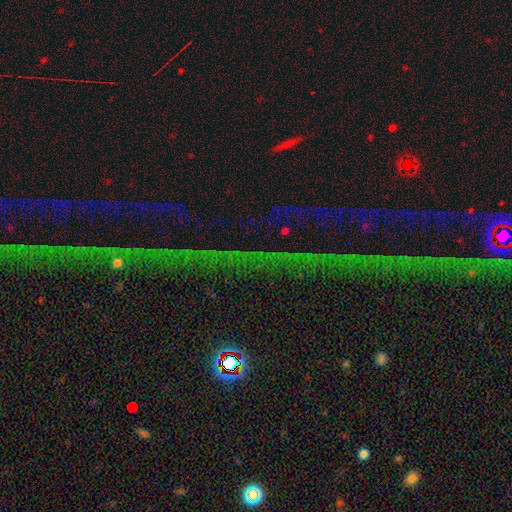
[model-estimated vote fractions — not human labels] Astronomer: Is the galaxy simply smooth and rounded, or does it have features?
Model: star or artifact — 78%.